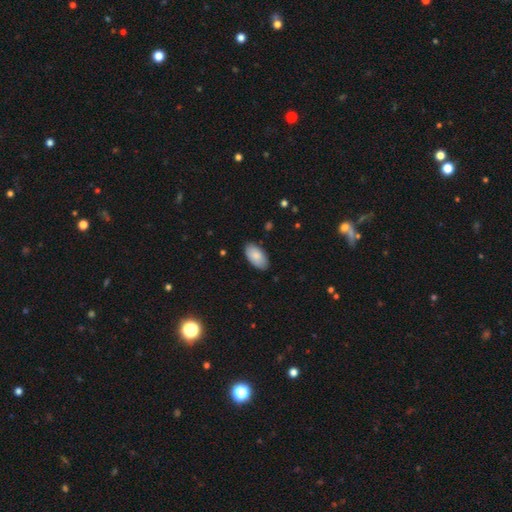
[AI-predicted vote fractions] Smooth or featured? smooth (87%)
How rounded? in between (96%)
Merging? none (86%)